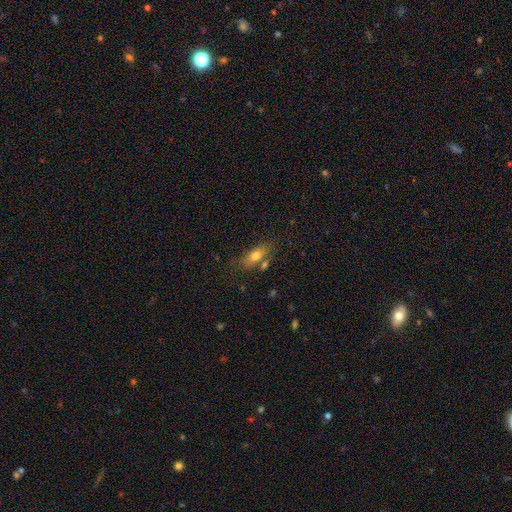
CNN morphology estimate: Overall: smooth (73%). How rounded: in between (79%). Merging: none (64%).